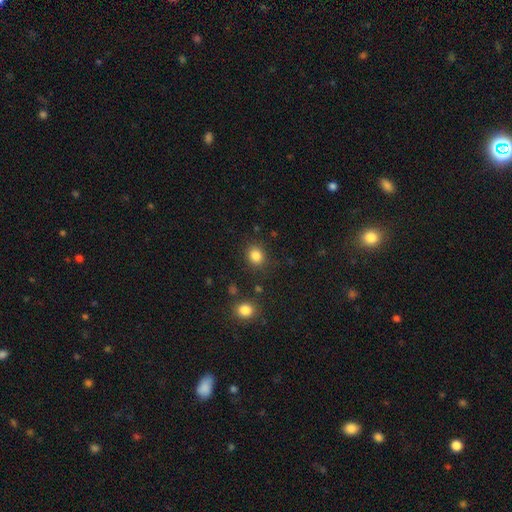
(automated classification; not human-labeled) A smooth galaxy with no disk features (85%) that is round (67%). Merging: none (85%).